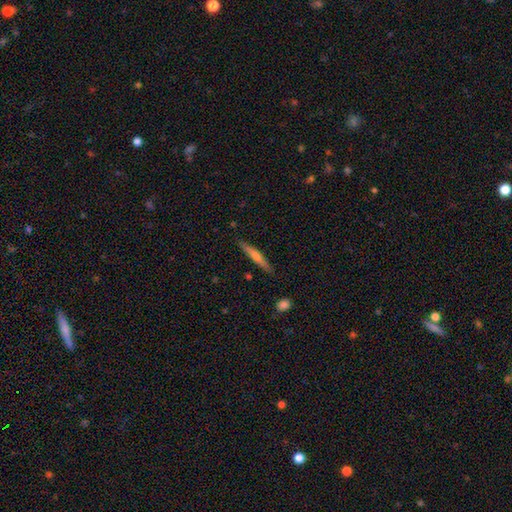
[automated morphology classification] smooth-or-featured: smooth: 53% | featured or disk: 41% | star or artifact: 6%
  how-rounded: cigar-shaped: 94% | in between: 4% | round: 2%
  merging: none: 87% | minor disturbance: 9% | major disturbance: 2% | merger: 2%